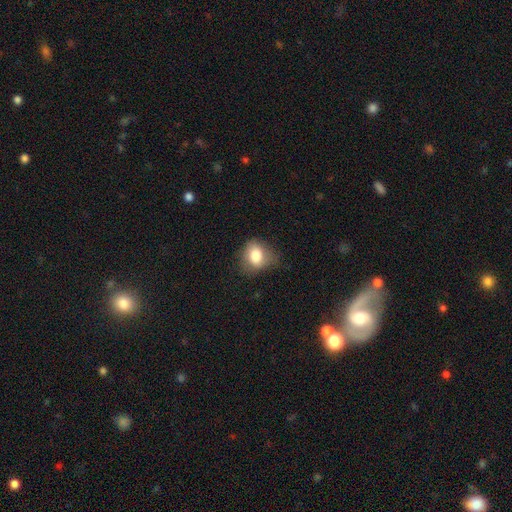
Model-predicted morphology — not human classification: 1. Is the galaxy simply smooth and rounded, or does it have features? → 80% smooth, 12% featured or disk, 9% star or artifact.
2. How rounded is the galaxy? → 51% in between, 48% round, 1% cigar-shaped.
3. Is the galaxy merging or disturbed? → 57% none, 30% minor disturbance, 11% major disturbance, 2% merger.